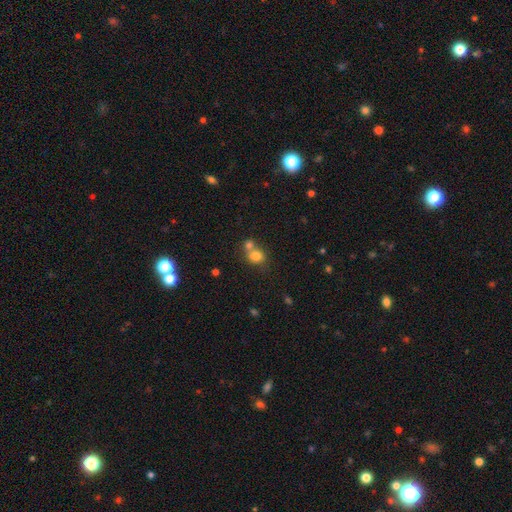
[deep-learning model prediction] The model was most divided on "merging": merger: 53%, none: 35%, minor disturbance: 8%, major disturbance: 4%. More confident: smooth or featured — smooth (77%); how rounded — round (62%).